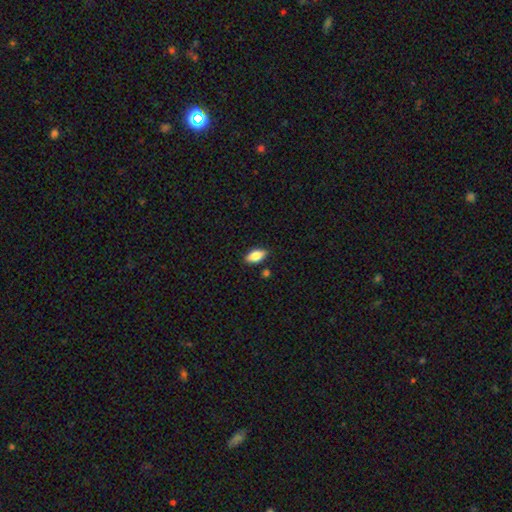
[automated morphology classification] Smooth or featured?
  - smooth: 80% *
  - featured or disk: 13%
  - star or artifact: 7%
How rounded?
  - in between: 89% *
  - cigar-shaped: 8%
  - round: 3%
Merging?
  - none: 85% *
  - minor disturbance: 10%
  - merger: 3%
  - major disturbance: 2%